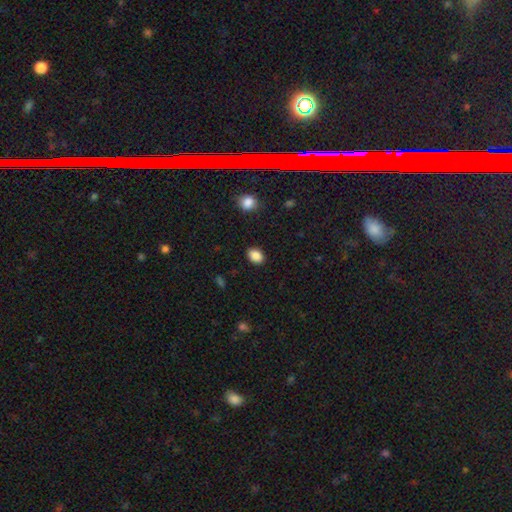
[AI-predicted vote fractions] Smooth or featured? Predicted: smooth (p=0.88). How rounded? Predicted: in between (p=0.75). Merging? Predicted: none (p=0.88).